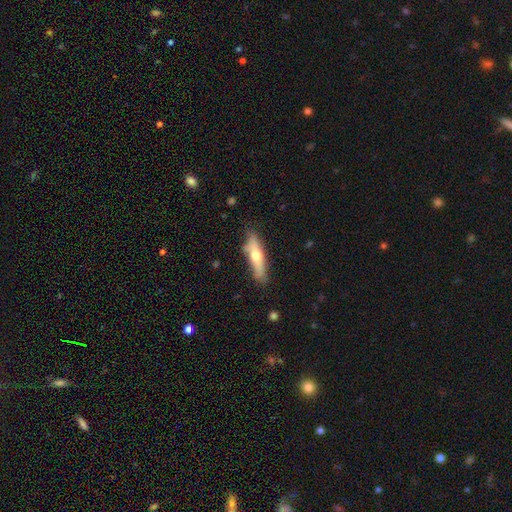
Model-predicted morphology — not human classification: A smooth galaxy with no disk features (52%) that is cigar-shaped (69%). Merging: none (72%).